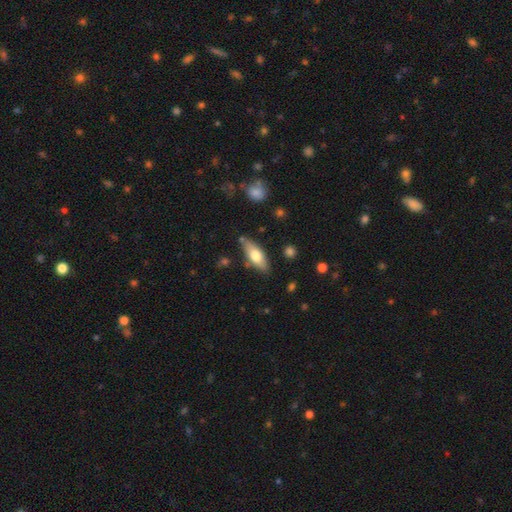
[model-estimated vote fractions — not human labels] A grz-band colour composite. It shows a smooth galaxy with no disk features (65%) that is in between round and cigar-shaped (68%). Merging: none (78%).